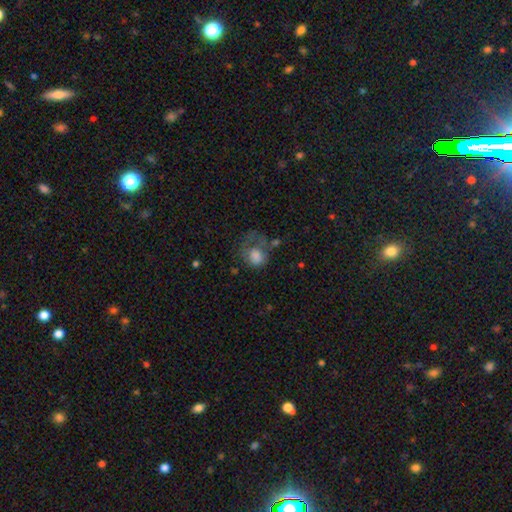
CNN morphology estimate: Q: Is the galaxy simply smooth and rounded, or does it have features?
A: smooth — 63%.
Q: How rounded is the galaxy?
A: round — 53%.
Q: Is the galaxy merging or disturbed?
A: major disturbance — 49%.